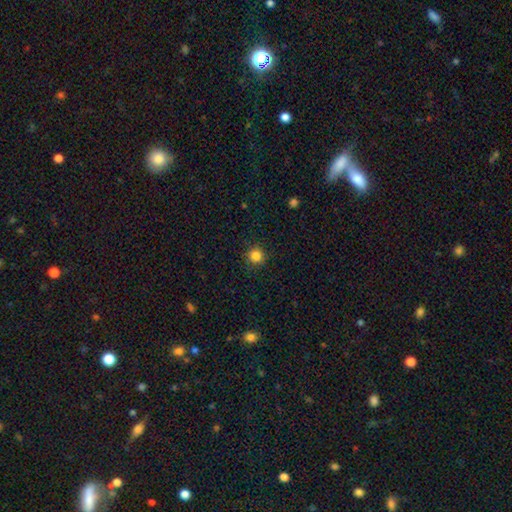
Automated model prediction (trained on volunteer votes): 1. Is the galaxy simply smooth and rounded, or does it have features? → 84% smooth, 12% star or artifact, 4% featured or disk.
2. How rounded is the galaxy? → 95% round, 5% in between, 1% cigar-shaped.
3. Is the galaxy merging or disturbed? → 90% none, 7% minor disturbance, 2% major disturbance, 1% merger.